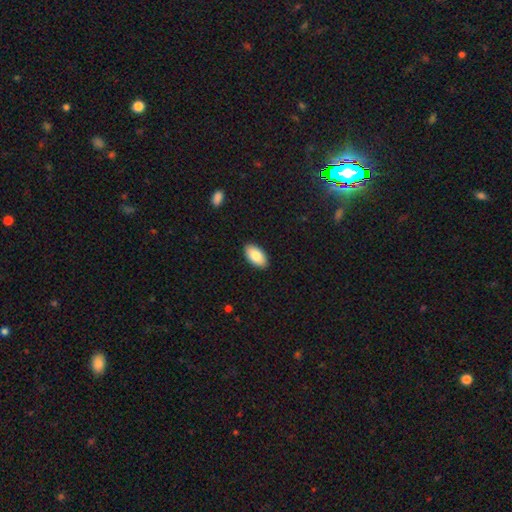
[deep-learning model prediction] This appears to be a smooth galaxy with no disk features (83%) that is in between round and cigar-shaped (95%). Merging: none (90%).